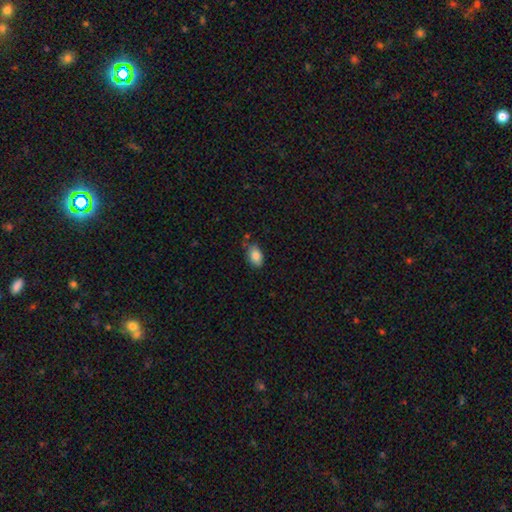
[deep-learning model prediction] smooth 85%, star or artifact 8%, featured or disk 7%. Down the decision tree: how rounded — in between (89%); merging — none (71%).